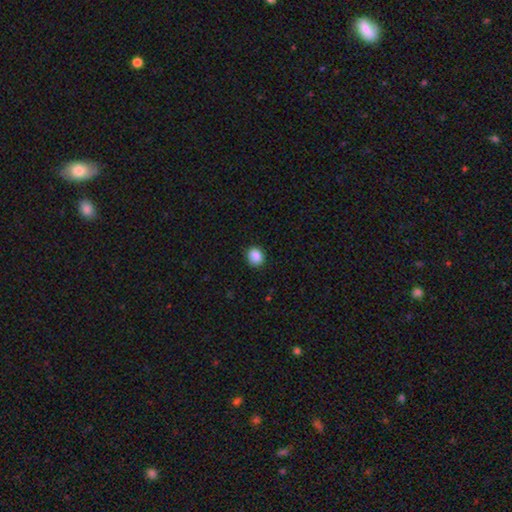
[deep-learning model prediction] Smooth or featured? Predicted: smooth (p=0.87). How rounded? Predicted: round (p=0.67). Merging? Predicted: none (p=0.86).